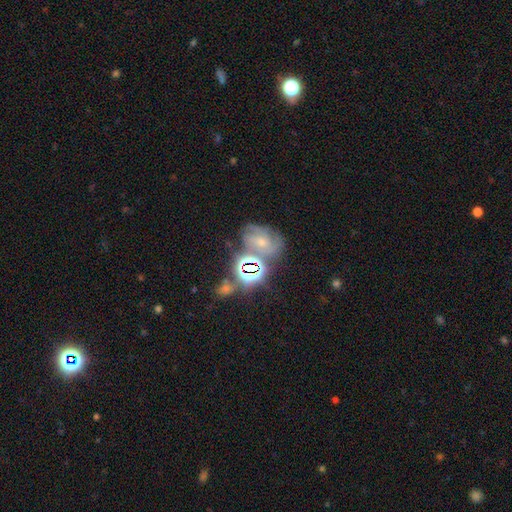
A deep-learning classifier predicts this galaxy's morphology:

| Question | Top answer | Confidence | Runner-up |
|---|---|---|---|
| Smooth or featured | star or artifact | 43% | featured or disk (34%) |